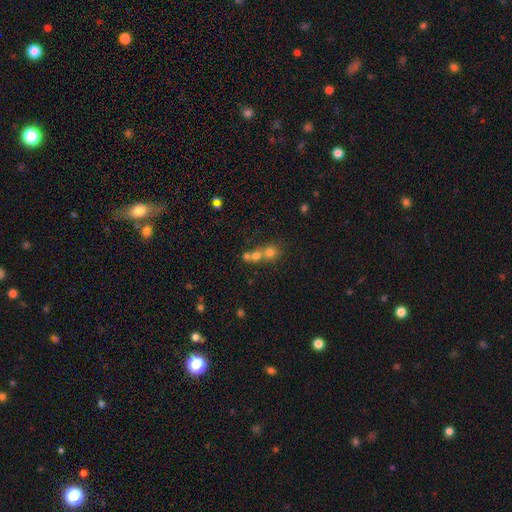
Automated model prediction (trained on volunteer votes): This appears to be a smooth galaxy with no disk features (58%) that is round (81%). Merging: merger (55%).